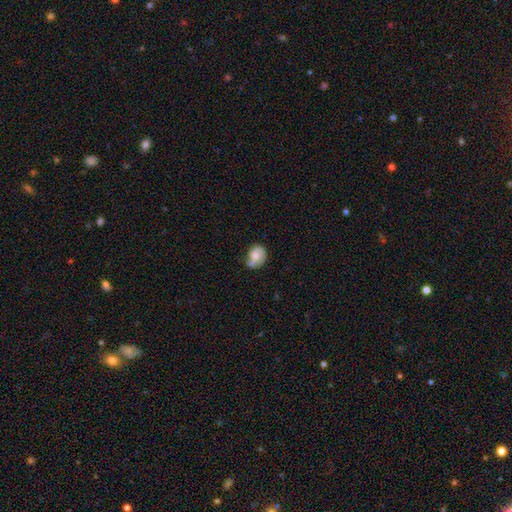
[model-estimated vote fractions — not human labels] Q: Smooth or featured?
A: smooth (47%); runner-up: featured or disk (45%)
Q: Merging?
A: none (43%); runner-up: minor disturbance (32%)